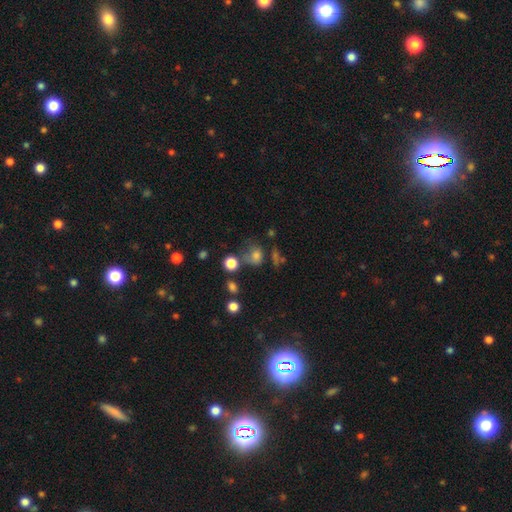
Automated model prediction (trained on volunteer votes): A smooth galaxy with no disk features (69%) that is round (62%).

Vote fractions:
- Smooth or featured? smooth: 69% / star or artifact: 18% / featured or disk: 13%
- How rounded? round: 62% / in between: 36% / cigar-shaped: 2%
- Merging? none: 40% / minor disturbance: 22% / major disturbance: 20% / merger: 18%